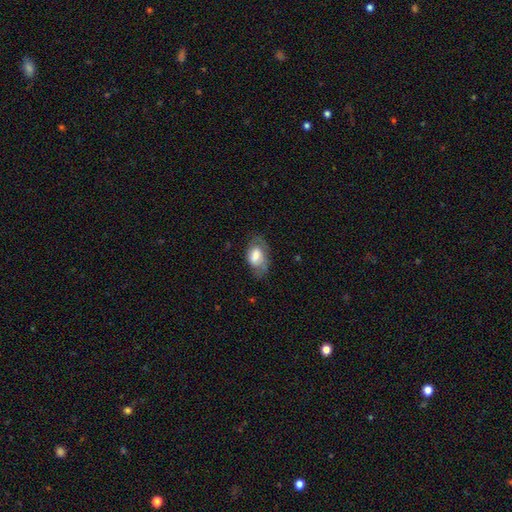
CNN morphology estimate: Smooth or featured: smooth — 62% (featured or disk — 30%)
How rounded: in between — 89% (round — 9%)
Merging: none — 50% (minor disturbance — 30%)